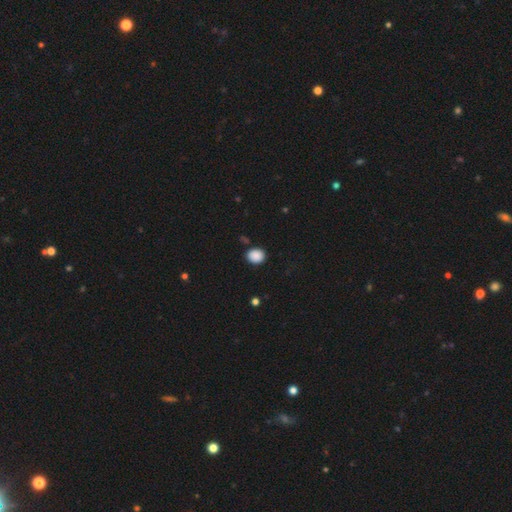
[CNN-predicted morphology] Smooth or featured: smooth — 88% (star or artifact — 9%)
How rounded: round — 64% (in between — 36%)
Merging: none — 87% (minor disturbance — 9%)